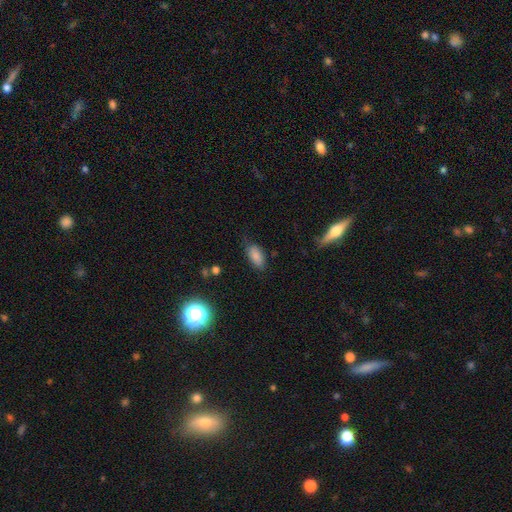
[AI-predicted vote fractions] Overall: smooth (83%). How rounded: in between (91%). Merging: none (70%).